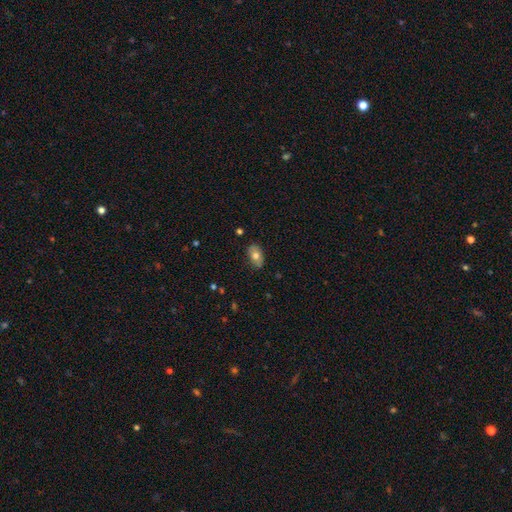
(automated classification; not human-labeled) Q: Smooth or featured?
A: smooth (70%); runner-up: featured or disk (23%)
Q: How rounded?
A: in between (91%); runner-up: round (7%)
Q: Merging?
A: none (82%); runner-up: minor disturbance (14%)